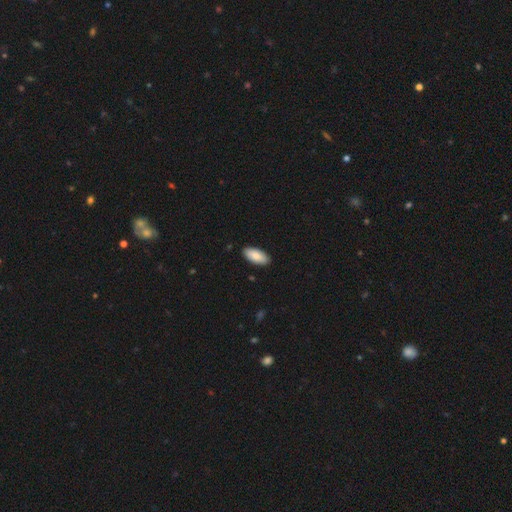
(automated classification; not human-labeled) The model was most divided on "smooth or featured": smooth: 86%, featured or disk: 9%, star or artifact: 6%. More confident: how rounded — in between (90%); merging — none (89%).